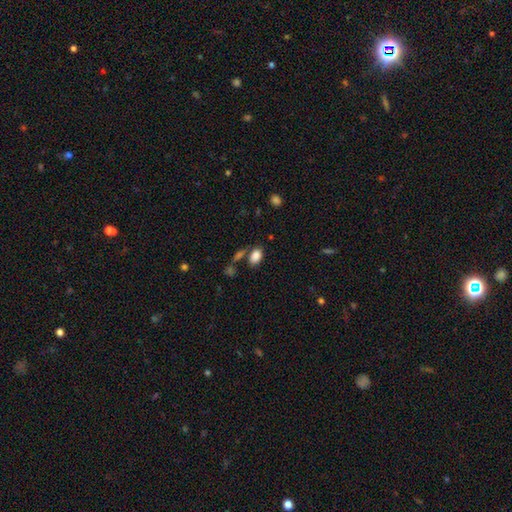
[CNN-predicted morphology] Smooth or featured? Predicted: smooth (p=0.85). How rounded? Predicted: in between (p=0.88). Merging? Predicted: none (p=0.68).